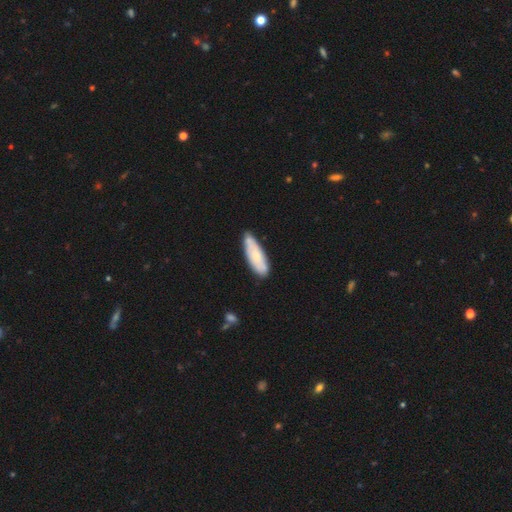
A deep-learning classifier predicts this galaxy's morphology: Smooth or featured: smooth — 66% (featured or disk — 29%)
How rounded: in between — 50% (cigar-shaped — 48%)
Merging: none — 72% (minor disturbance — 20%)